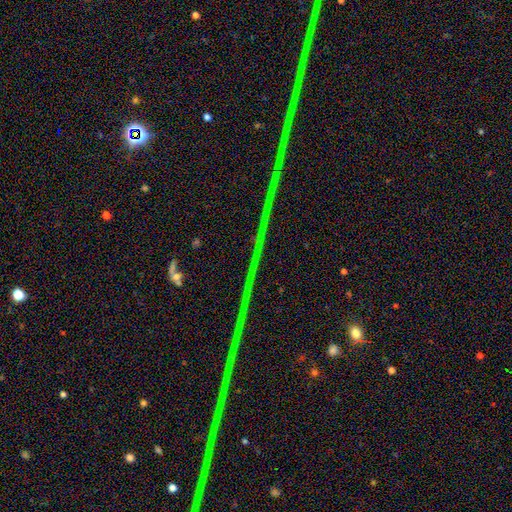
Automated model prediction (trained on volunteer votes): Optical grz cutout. It shows a star or artifact, not a galaxy (89%).